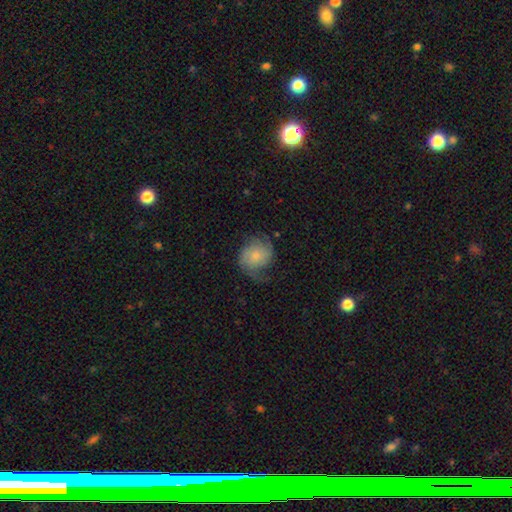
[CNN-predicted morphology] smooth_or_featured: featured or disk (p=0.55) [alt: smooth p=0.38]
disk_edge_on: no (p=0.98) [alt: yes p=0.02]
bar: no (p=0.73) [alt: weak p=0.23]
has_spiral_arms: yes (p=0.89) [alt: no p=0.11]
bulge_size: small (p=0.59) [alt: moderate p=0.26]
merging: none (p=0.55) [alt: minor disturbance p=0.25]